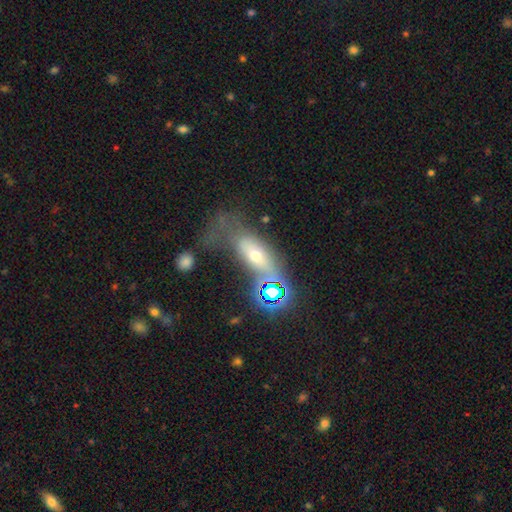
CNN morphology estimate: smooth-or-featured: smooth: 49% | featured or disk: 33% | star or artifact: 18%
  merging: major disturbance: 36% | none: 29% | minor disturbance: 22% | merger: 12%